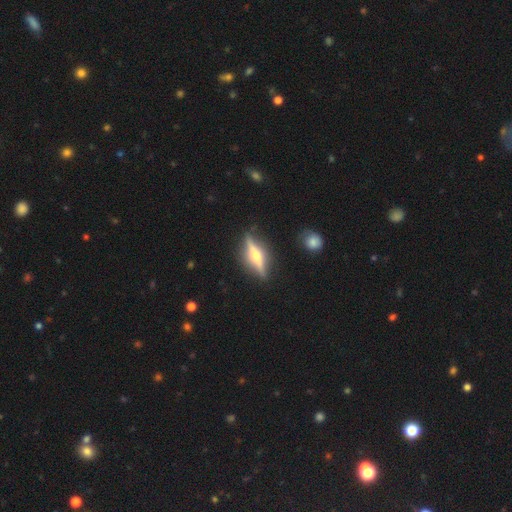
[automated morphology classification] This is likely a featured or disk galaxy (78%). It is clearly viewed edge-on (95%). Edge-on bulge: clearly rounded (91%). Merging: clearly none (84%).